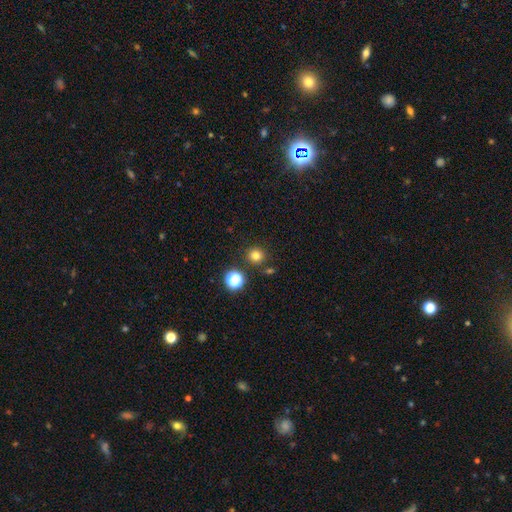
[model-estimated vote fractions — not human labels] smooth 78%, star or artifact 17%, featured or disk 5%. Down the decision tree: how rounded — round (93%); merging — none (85%).